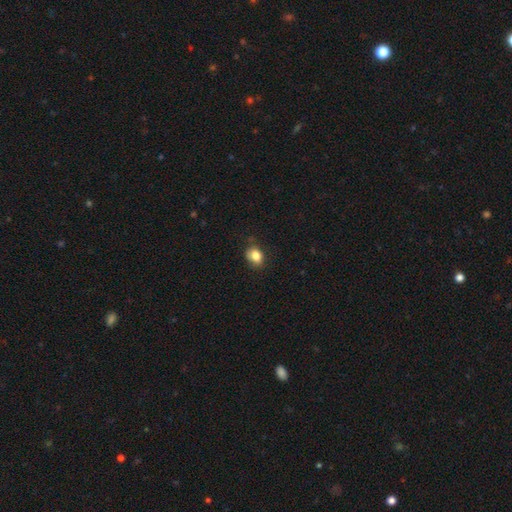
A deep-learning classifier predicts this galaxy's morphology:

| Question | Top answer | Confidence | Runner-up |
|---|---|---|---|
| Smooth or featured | smooth | 83% | star or artifact (10%) |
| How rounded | in between | 61% | round (38%) |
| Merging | none | 72% | minor disturbance (22%) |